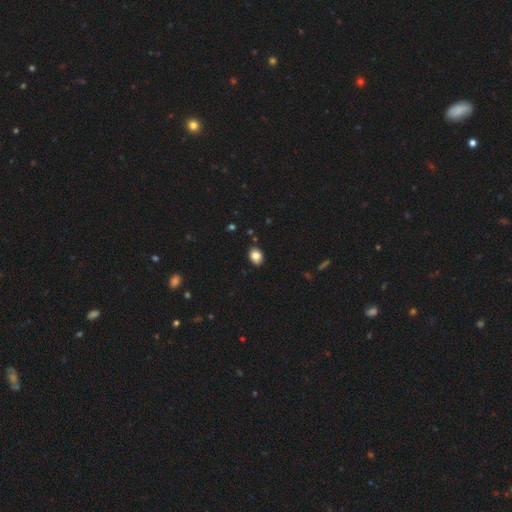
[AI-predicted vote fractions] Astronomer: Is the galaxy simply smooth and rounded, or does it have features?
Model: smooth — 82%.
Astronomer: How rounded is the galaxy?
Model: in between — 65%.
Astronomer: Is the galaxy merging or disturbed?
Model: none — 86%.